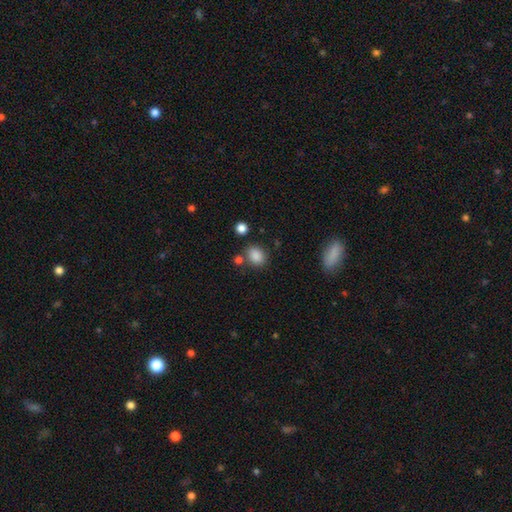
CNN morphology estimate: This is clearly a smooth galaxy (85%). How rounded: possibly in between (50%). Merging: likely none (72%).